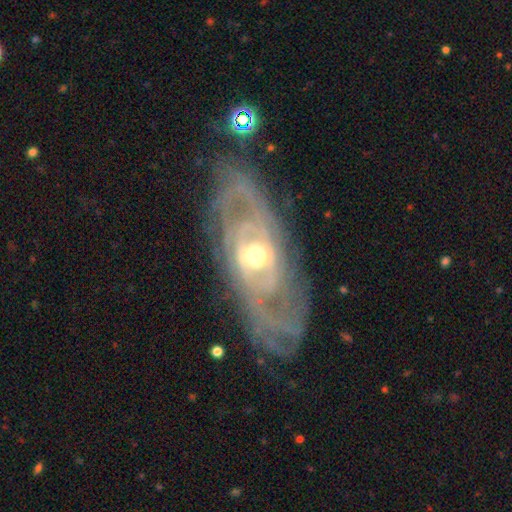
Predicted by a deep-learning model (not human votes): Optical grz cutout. It shows a featured or disk galaxy (85%) with no bar (45%), tight (64%) spiral arms (80%) and a moderate central bulge (67%). Merging: none (75%).